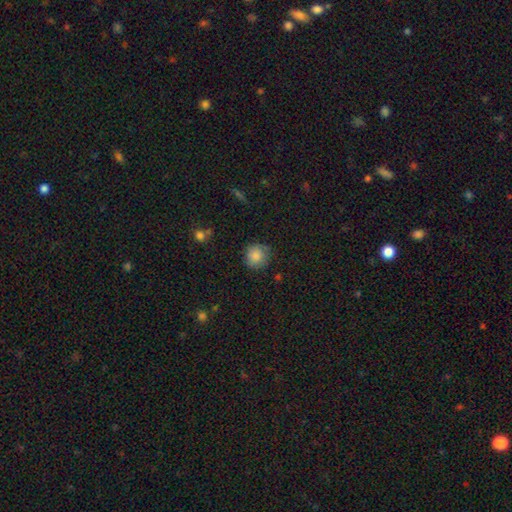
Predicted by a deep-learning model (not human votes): This appears to be a smooth galaxy with no disk features (85%) that is round (89%). Merging: none (79%).